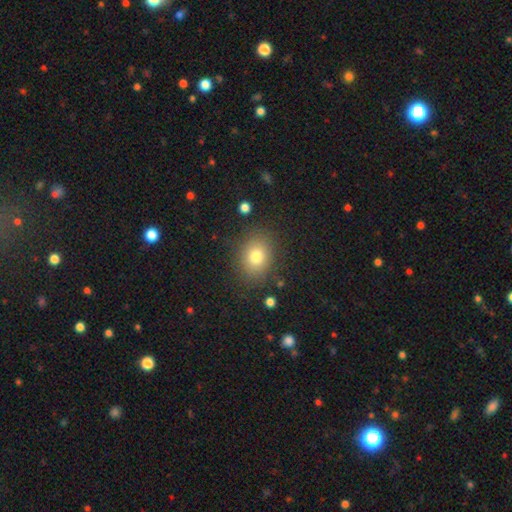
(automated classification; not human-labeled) The model was most divided on "how rounded": in between: 50%, round: 49%, cigar-shaped: 1%. More confident: merging — none (86%); smooth or featured — smooth (77%).